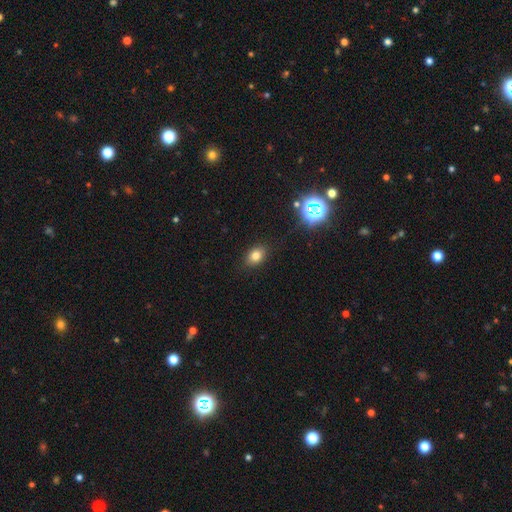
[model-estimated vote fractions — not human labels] smooth-or-featured: smooth: 76% | star or artifact: 15% | featured or disk: 9%
  how-rounded: in between: 75% | round: 24% | cigar-shaped: 1%
  merging: none: 86% | minor disturbance: 10% | major disturbance: 3% | merger: 1%